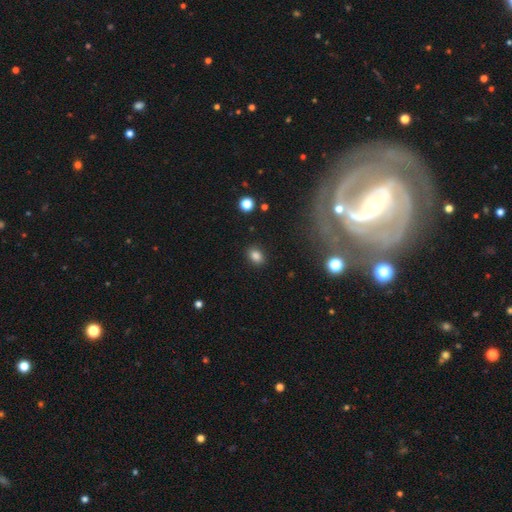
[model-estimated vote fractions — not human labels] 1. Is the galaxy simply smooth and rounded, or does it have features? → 84% smooth, 11% star or artifact, 5% featured or disk.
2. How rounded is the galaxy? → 66% in between, 33% round, 1% cigar-shaped.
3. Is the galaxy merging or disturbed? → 87% none, 9% minor disturbance, 2% major disturbance, 1% merger.